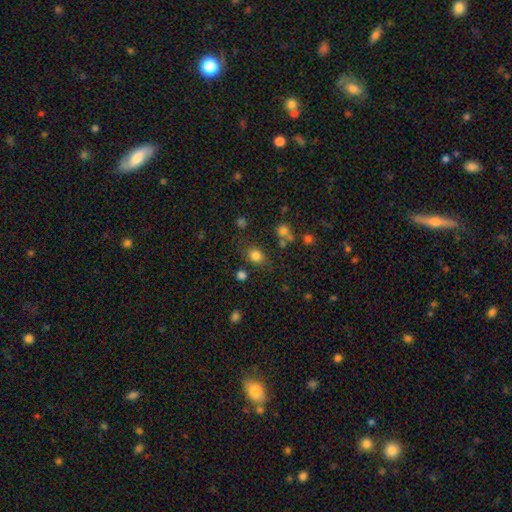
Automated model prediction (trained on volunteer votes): Morphology: type=smooth (81%); roundness=round (58%); merging=none (76%).